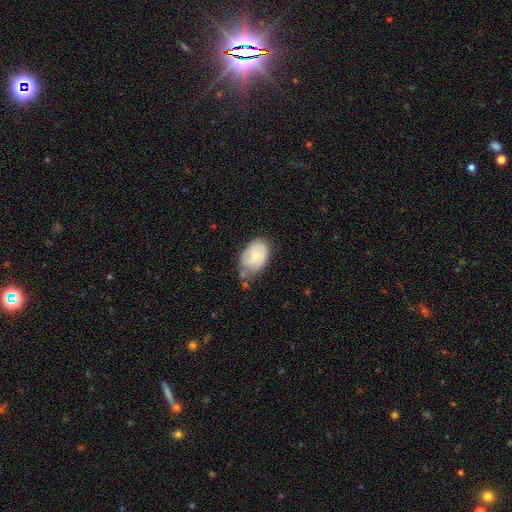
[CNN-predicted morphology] smooth_or_featured: smooth (p=0.57) [alt: featured or disk p=0.36]
how_rounded: in between (p=0.83) [alt: round p=0.16]
merging: none (p=0.41) [alt: minor disturbance p=0.40]